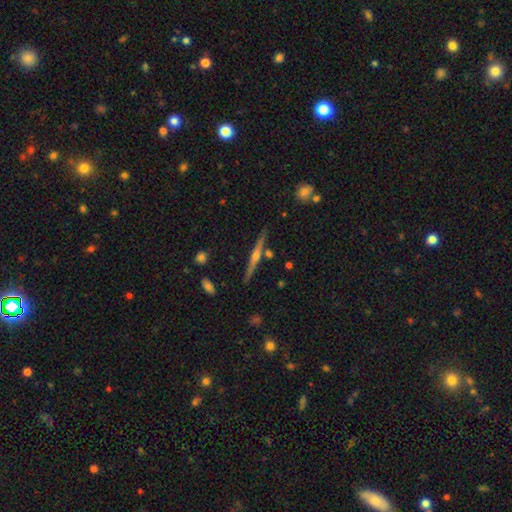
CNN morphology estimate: type=featured or disk (75%); edge-on=yes (98%); edge-on bulge=rounded (86%); merging=none (85%).